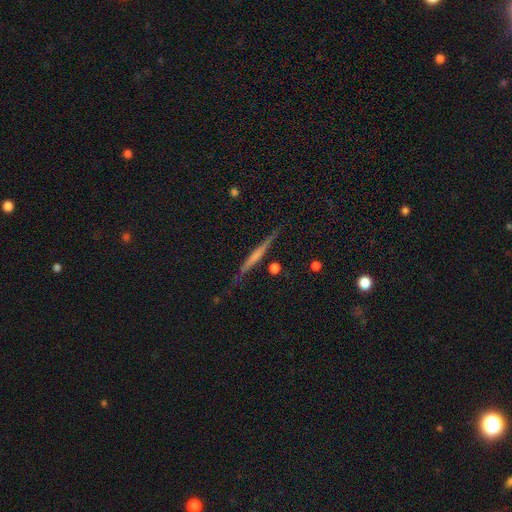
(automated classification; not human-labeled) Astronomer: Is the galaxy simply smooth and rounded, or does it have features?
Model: featured or disk — 56% (runner-up: smooth, 36%).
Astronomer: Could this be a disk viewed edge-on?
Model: yes — 97%.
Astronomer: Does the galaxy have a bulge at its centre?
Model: none — 69%.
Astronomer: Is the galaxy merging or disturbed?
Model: none — 82%.